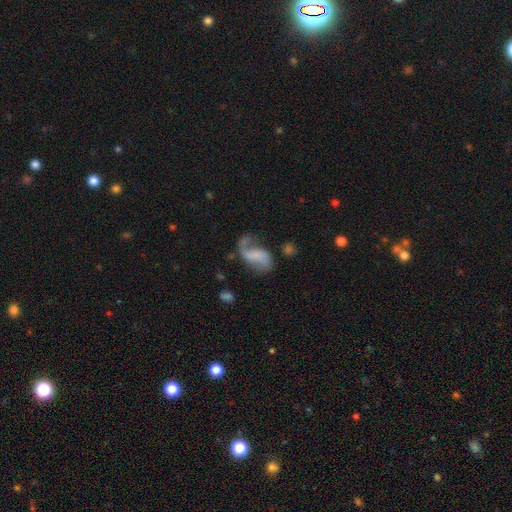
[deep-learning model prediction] A featured or disk galaxy (67%) with no bar (43%), 2 (62%) loose (73%) spiral arms (87%) and no central bulge (59%). Merging: none (38%).